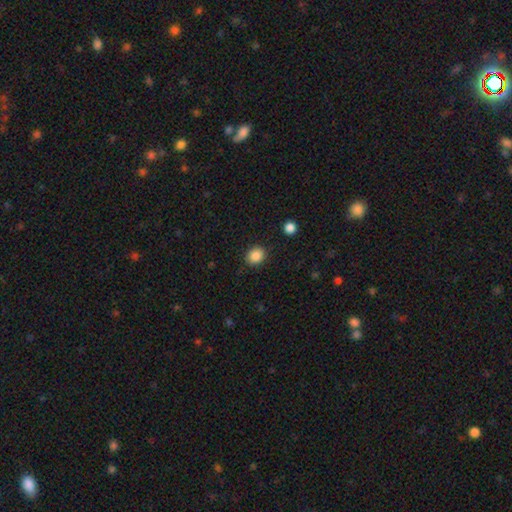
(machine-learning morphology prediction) Q: Smooth or featured?
A: smooth (87%); runner-up: star or artifact (10%)
Q: How rounded?
A: round (64%); runner-up: in between (35%)
Q: Merging?
A: none (87%); runner-up: minor disturbance (9%)